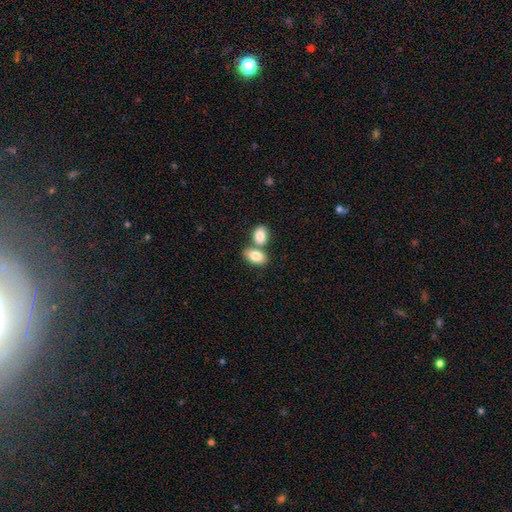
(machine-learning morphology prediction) The model was most divided on "merging": merger: 50%, none: 39%, minor disturbance: 9%, major disturbance: 3%. More confident: how rounded — in between (89%); smooth or featured — smooth (83%).